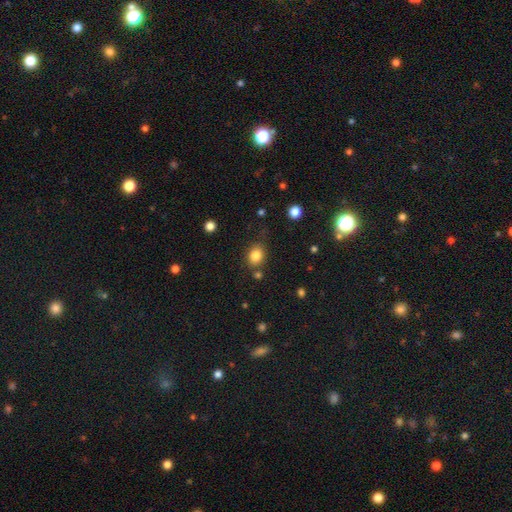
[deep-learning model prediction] smooth-or-featured: smooth: 83% | star or artifact: 11% | featured or disk: 6%
  how-rounded: round: 60% | in between: 39% | cigar-shaped: 1%
  merging: none: 75% | minor disturbance: 14% | merger: 7% | major disturbance: 4%